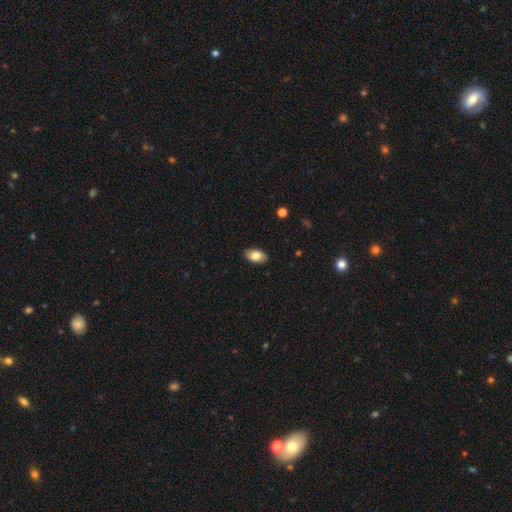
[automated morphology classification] A smooth galaxy with no disk features (83%) that is in between round and cigar-shaped (92%). Merging: none (88%).